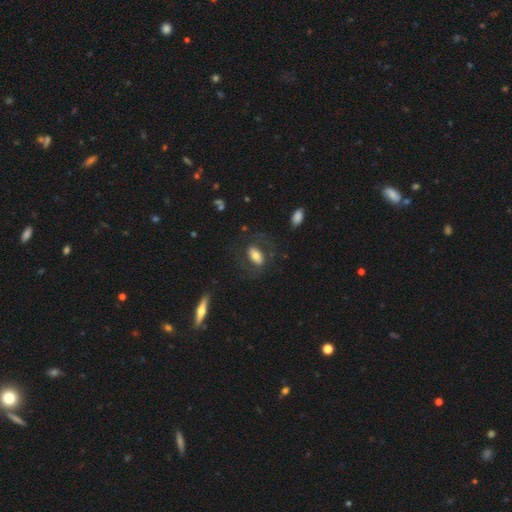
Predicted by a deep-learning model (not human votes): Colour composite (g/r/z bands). It shows a smooth galaxy with no disk features (50%). Merging: none (66%).